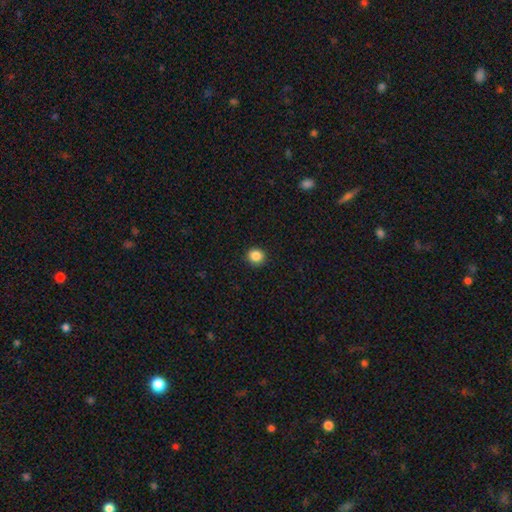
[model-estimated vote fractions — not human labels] A smooth galaxy with no disk features (86%) that is round (92%).

Vote fractions:
- Smooth or featured? smooth: 86% / star or artifact: 10% / featured or disk: 3%
- How rounded? round: 92% / in between: 7% / cigar-shaped: 1%
- Merging? none: 93% / minor disturbance: 5% / major disturbance: 2% / merger: 1%